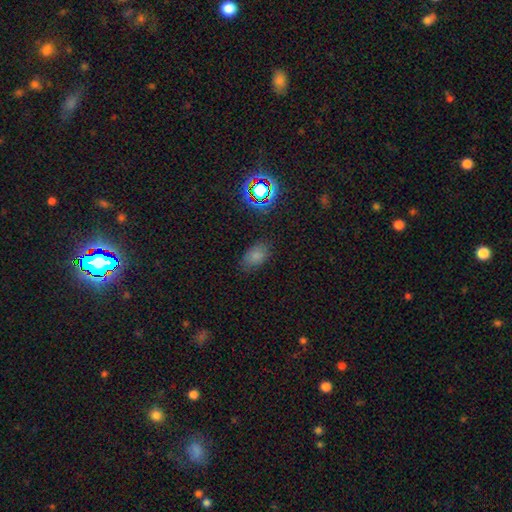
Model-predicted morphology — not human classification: smooth-or-featured: smooth: 75% | star or artifact: 18% | featured or disk: 7%
  how-rounded: in between: 89% | round: 9% | cigar-shaped: 2%
  merging: none: 79% | minor disturbance: 15% | major disturbance: 4% | merger: 2%